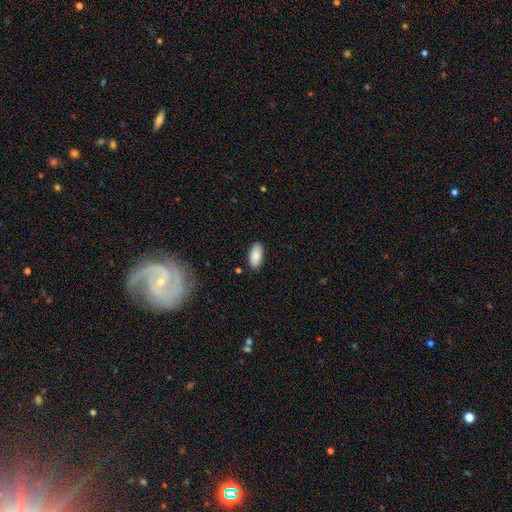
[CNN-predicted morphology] A smooth galaxy with no disk features (87%) that is in between round and cigar-shaped (93%).

Vote fractions:
- Smooth or featured? smooth: 87% / star or artifact: 6% / featured or disk: 6%
- How rounded? in between: 93% / cigar-shaped: 5% / round: 2%
- Merging? none: 87% / minor disturbance: 10% / major disturbance: 2% / merger: 1%